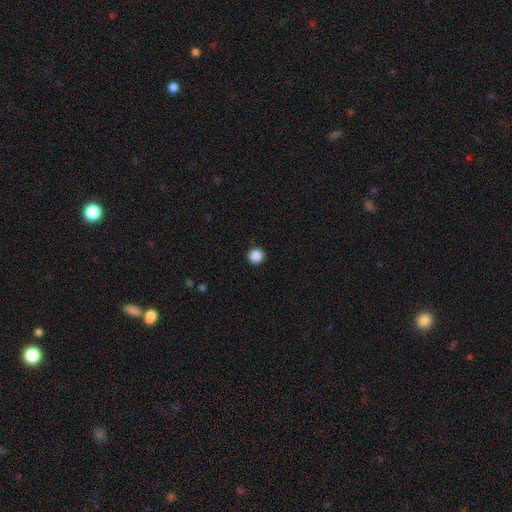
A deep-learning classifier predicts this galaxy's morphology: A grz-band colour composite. It shows a smooth galaxy with no disk features (88%) that is round (96%). Merging: none (93%).